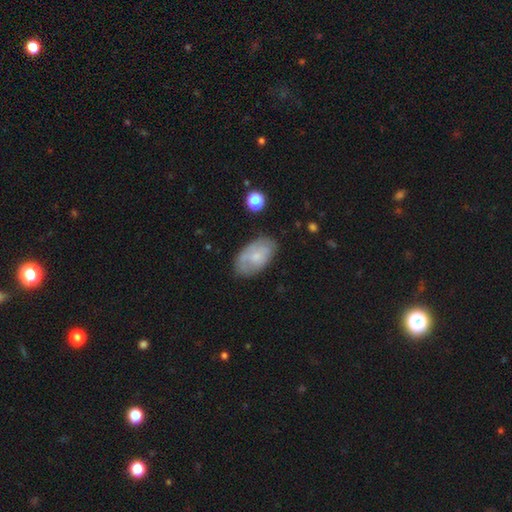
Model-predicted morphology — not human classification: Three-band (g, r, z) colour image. It shows a smooth galaxy with no disk features (55%) that is in between round and cigar-shaped (93%). Merging: none (67%).